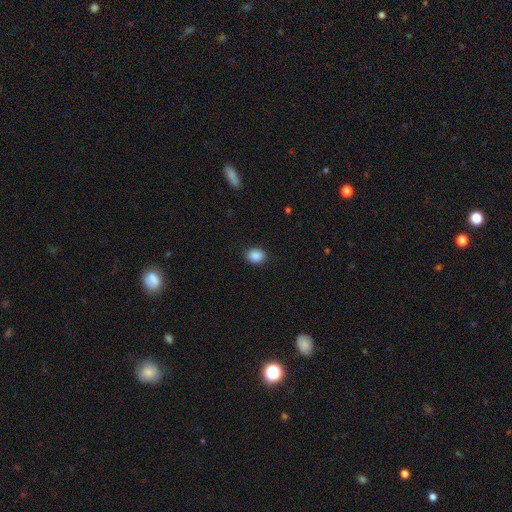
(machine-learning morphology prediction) smooth 88%, star or artifact 9%, featured or disk 3%. Down the decision tree: how rounded — in between (51%); merging — none (89%).